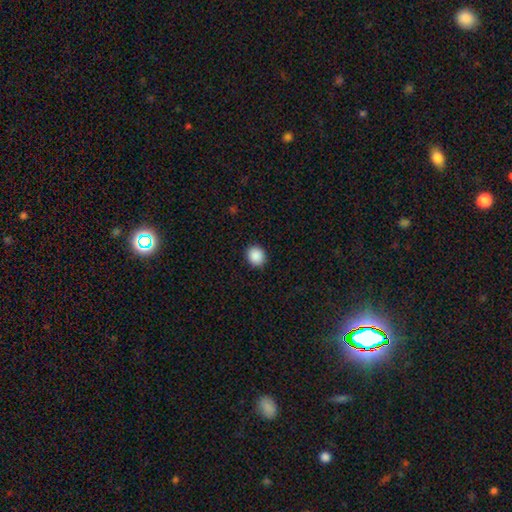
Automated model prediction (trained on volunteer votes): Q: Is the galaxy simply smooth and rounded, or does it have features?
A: smooth — 89%.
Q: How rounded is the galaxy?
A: round — 74%.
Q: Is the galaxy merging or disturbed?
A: none — 91%.